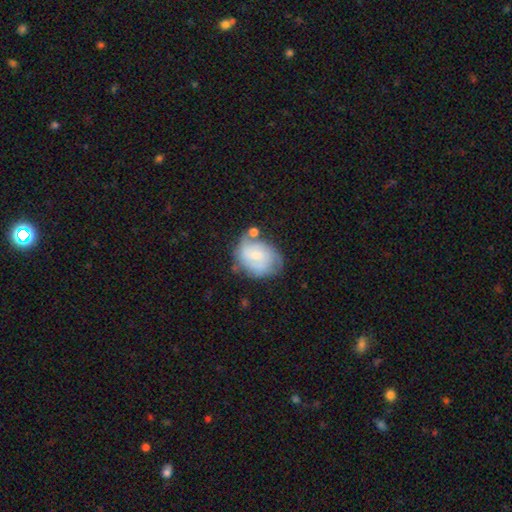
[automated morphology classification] This appears to be a featured or disk galaxy (49%). Merging: none (44%).